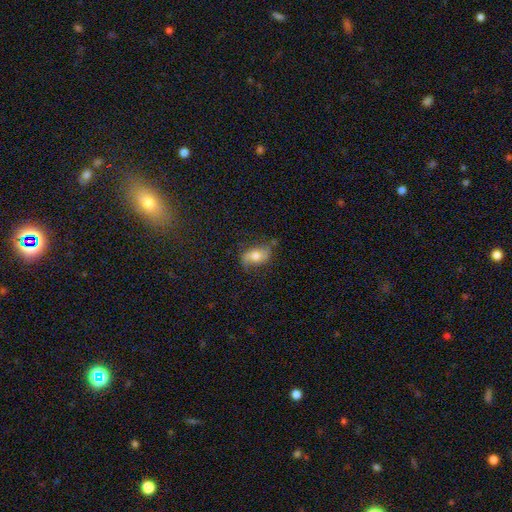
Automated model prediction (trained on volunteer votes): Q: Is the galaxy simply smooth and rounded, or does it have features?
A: smooth — 47%.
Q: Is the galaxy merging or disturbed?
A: none — 63%.